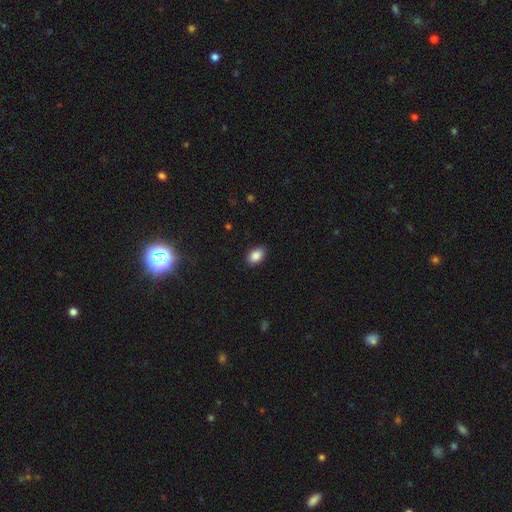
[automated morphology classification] A smooth galaxy with no disk features (87%) that is in between round and cigar-shaped (86%). Merging: none (87%).